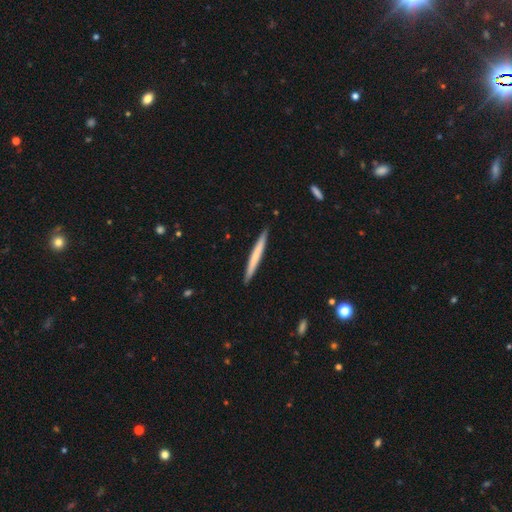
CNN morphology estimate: The model was most divided on "smooth or featured": smooth: 61%, featured or disk: 34%, star or artifact: 5%. More confident: how rounded — cigar-shaped (97%); merging — none (92%).